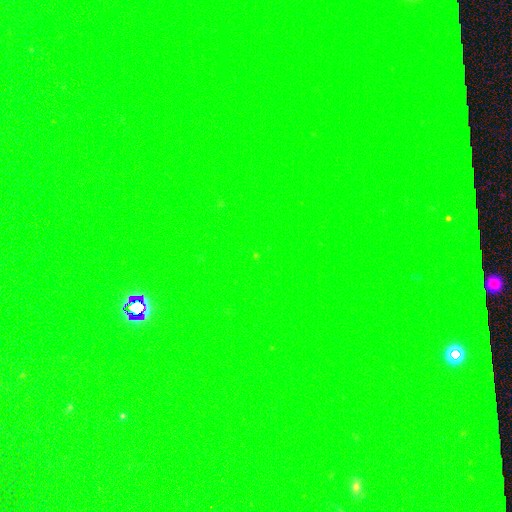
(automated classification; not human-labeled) Q: Smooth or featured?
A: star or artifact (79%); runner-up: smooth (12%)